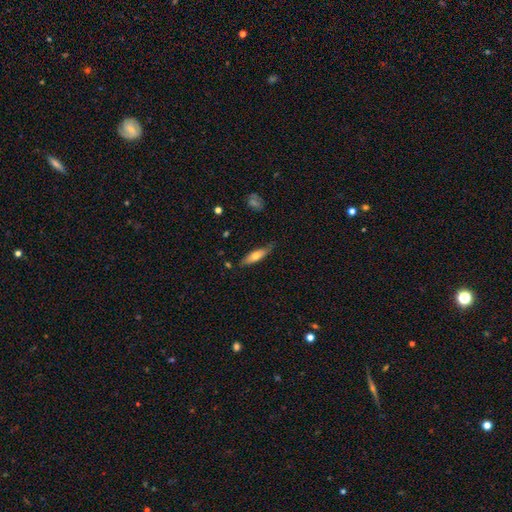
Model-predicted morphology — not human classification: type=smooth (60%); roundness=cigar-shaped (57%); merging=none (73%).